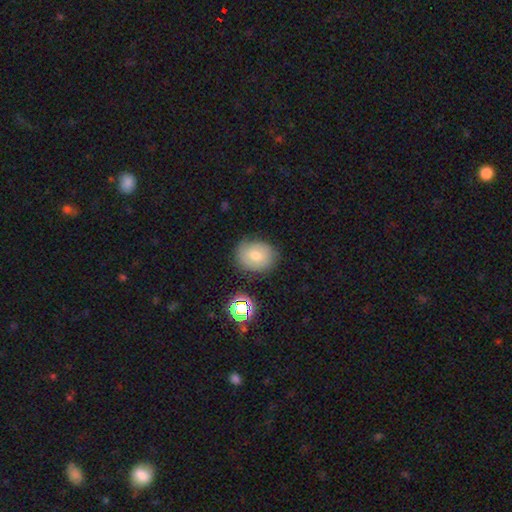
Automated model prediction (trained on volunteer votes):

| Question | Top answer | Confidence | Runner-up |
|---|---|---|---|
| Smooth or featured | smooth | 64% | featured or disk (22%) |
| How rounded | round | 57% | in between (42%) |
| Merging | none | 77% | minor disturbance (17%) |